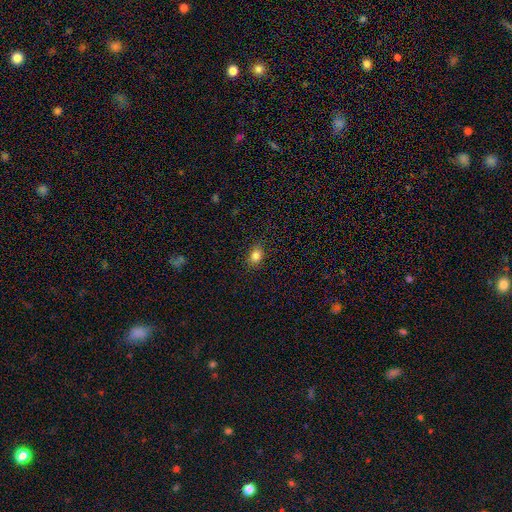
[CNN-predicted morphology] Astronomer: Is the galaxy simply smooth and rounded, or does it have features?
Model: smooth — 83%.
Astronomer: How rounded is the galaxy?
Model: in between — 65%.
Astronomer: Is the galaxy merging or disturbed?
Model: none — 87%.